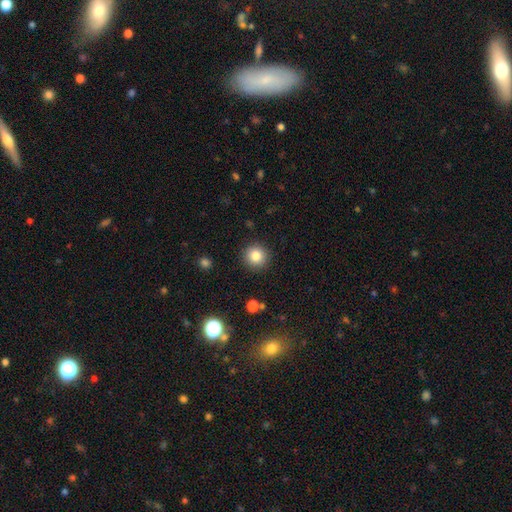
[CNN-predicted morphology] Smooth or featured?
  - smooth: 83% *
  - star or artifact: 11%
  - featured or disk: 7%
How rounded?
  - round: 94% *
  - in between: 5%
  - cigar-shaped: 1%
Merging?
  - none: 91% *
  - minor disturbance: 6%
  - major disturbance: 2%
  - merger: 1%